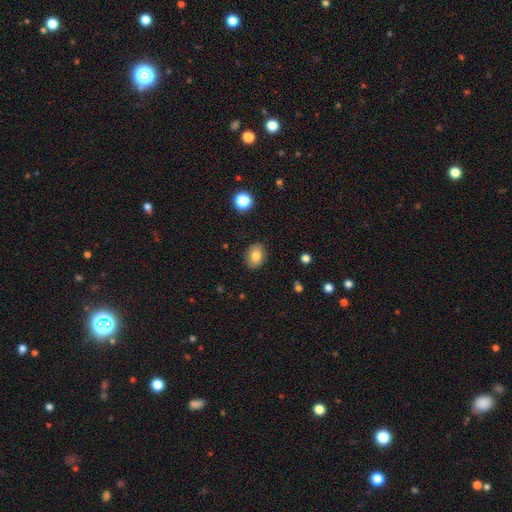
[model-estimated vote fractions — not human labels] smooth 81%, featured or disk 10%, star or artifact 9%. Down the decision tree: how rounded — in between (67%); merging — none (88%).